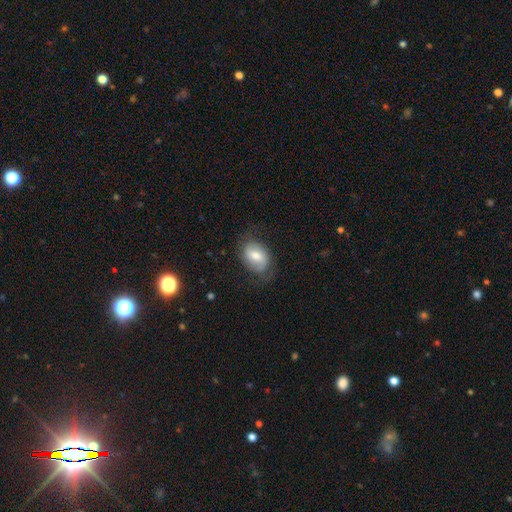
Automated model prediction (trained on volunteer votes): Smooth or featured?
  - smooth: 56% *
  - featured or disk: 36%
  - star or artifact: 7%
How rounded?
  - in between: 77% *
  - round: 22%
  - cigar-shaped: 1%
Merging?
  - none: 66% *
  - minor disturbance: 22%
  - major disturbance: 10%
  - merger: 1%